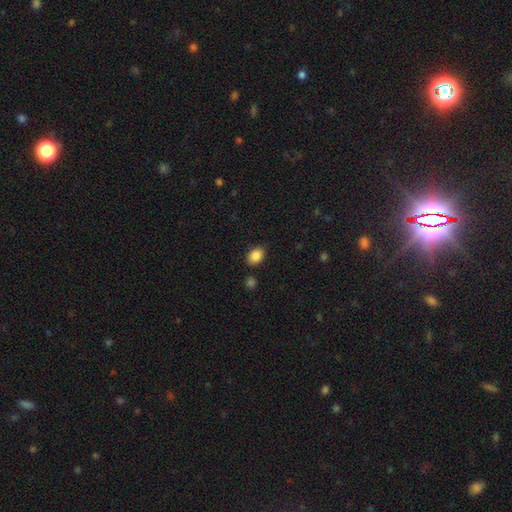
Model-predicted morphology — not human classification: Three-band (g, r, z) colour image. It shows a smooth galaxy with no disk features (87%) that is in between round and cigar-shaped (73%). Merging: none (81%).